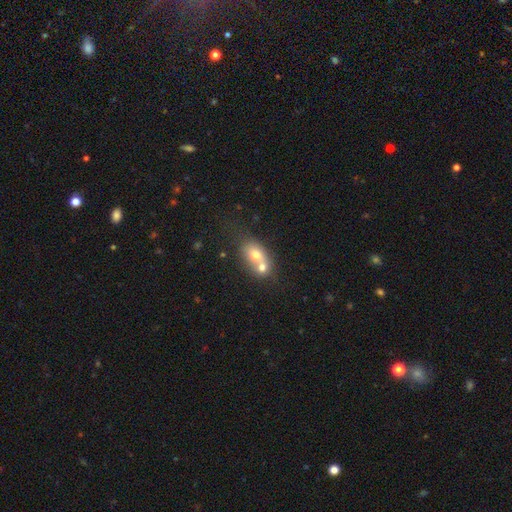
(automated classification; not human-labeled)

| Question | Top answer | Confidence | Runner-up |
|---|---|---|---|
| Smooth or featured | smooth | 65% | featured or disk (26%) |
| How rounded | in between | 64% | round (34%) |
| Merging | merger | 68% | none (22%) |